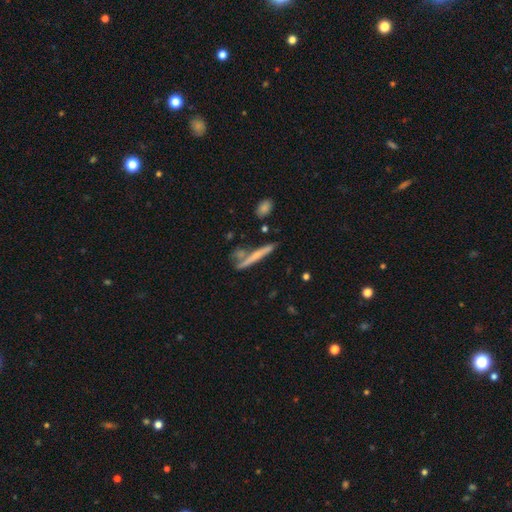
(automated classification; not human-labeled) A featured or disk galaxy (47%).

Vote fractions:
- Smooth or featured? featured or disk: 47% / smooth: 45% / star or artifact: 8%
- Merging? none: 66% / minor disturbance: 15% / merger: 14% / major disturbance: 5%